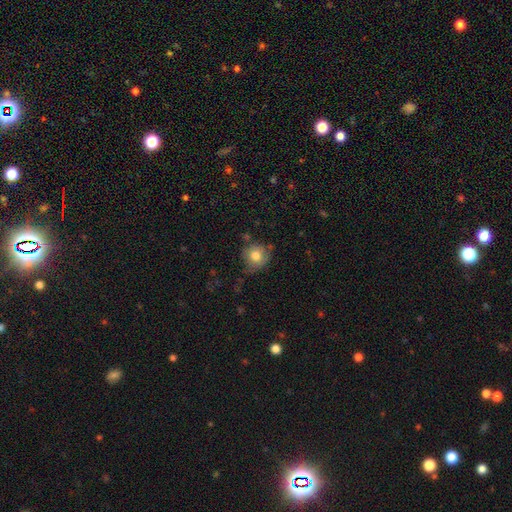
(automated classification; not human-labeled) This is likely a smooth galaxy (79%). How rounded: clearly round (87%). Merging: likely none (63%).